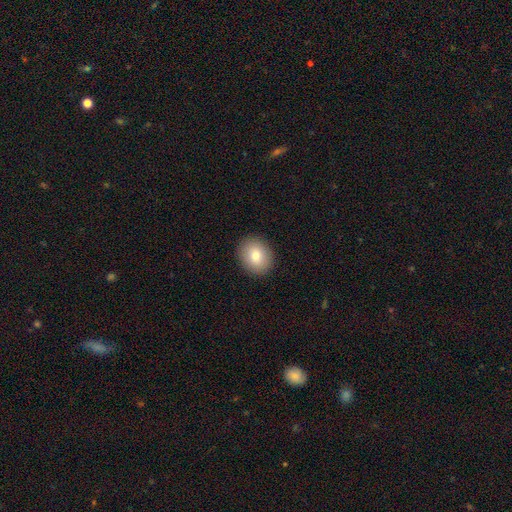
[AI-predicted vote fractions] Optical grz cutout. It shows a smooth galaxy with no disk features (79%) that is round (64%). Merging: none (91%).